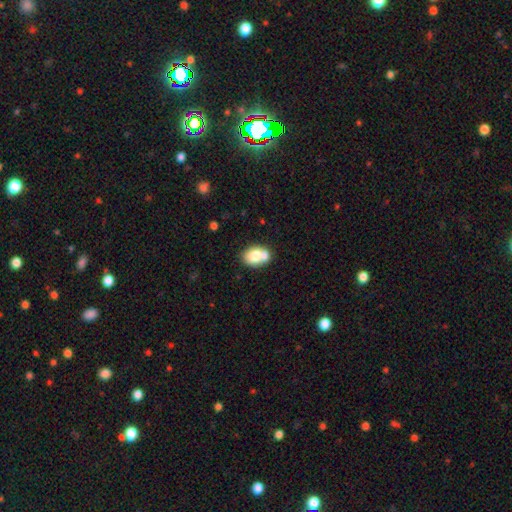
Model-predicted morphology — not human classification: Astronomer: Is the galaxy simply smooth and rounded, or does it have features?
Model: smooth — 73%.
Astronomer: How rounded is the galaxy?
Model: in between — 66%.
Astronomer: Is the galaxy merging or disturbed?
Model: none — 45% (runner-up: merger, 39%).